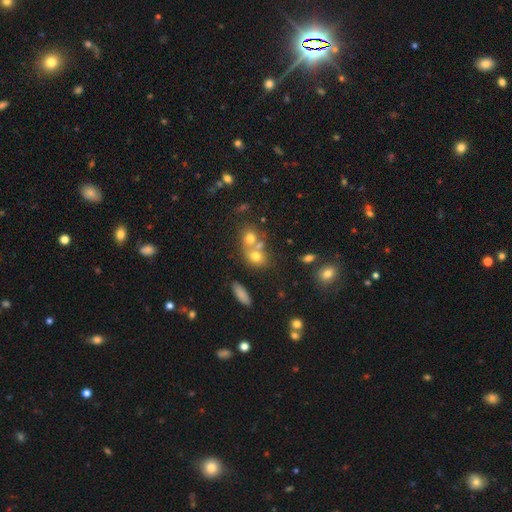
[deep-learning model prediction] Smooth or featured? smooth (63%)
How rounded? round (61%)
Merging? merger (53%)